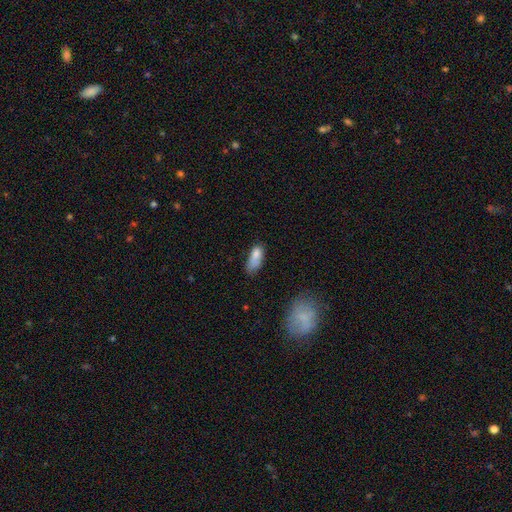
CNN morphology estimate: A smooth galaxy with no disk features (79%) that is in between round and cigar-shaped (80%).

Vote fractions:
- Smooth or featured? smooth: 79% / featured or disk: 12% / star or artifact: 9%
- How rounded? in between: 80% / cigar-shaped: 17% / round: 4%
- Merging? none: 37% / minor disturbance: 36% / major disturbance: 20% / merger: 7%